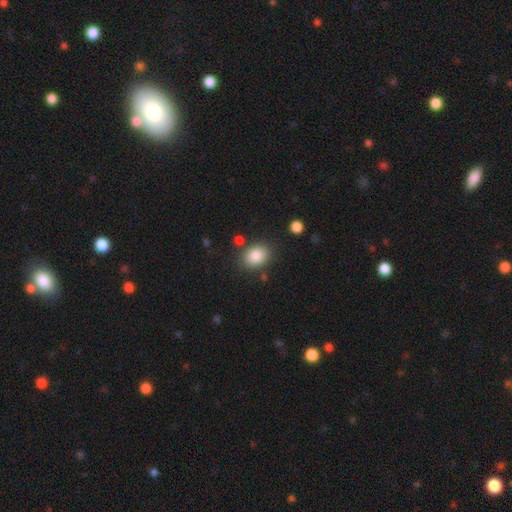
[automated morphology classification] Smooth or featured? Predicted: smooth (p=0.86). How rounded? Predicted: in between (p=0.65). Merging? Predicted: none (p=0.80).